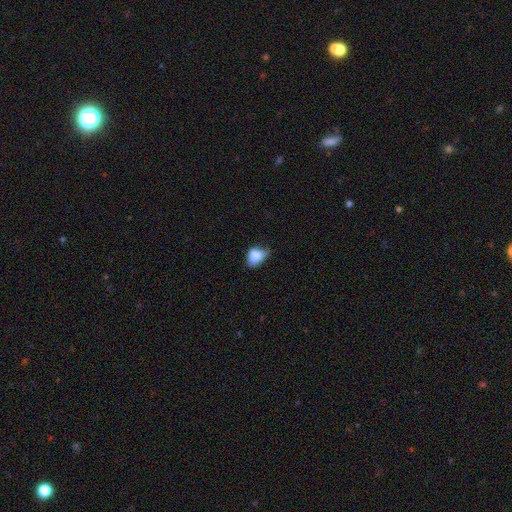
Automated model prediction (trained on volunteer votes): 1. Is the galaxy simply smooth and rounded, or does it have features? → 79% smooth, 12% featured or disk, 9% star or artifact.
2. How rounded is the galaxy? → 69% in between, 29% round, 2% cigar-shaped.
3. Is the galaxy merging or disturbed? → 45% minor disturbance, 39% none, 14% major disturbance, 3% merger.